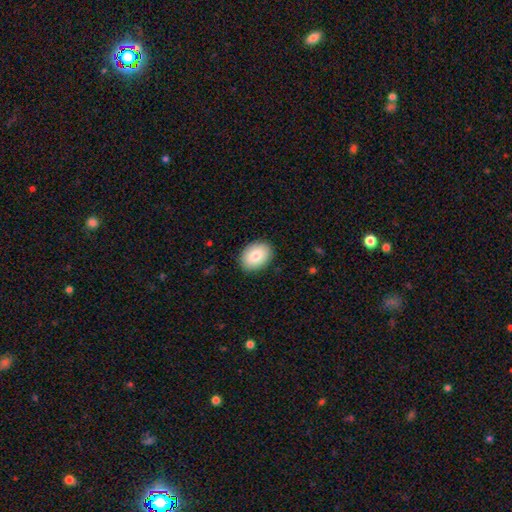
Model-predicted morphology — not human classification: The model was most divided on "how rounded": in between: 78%, round: 21%, cigar-shaped: 1%. More confident: merging — none (88%); smooth or featured — smooth (82%).